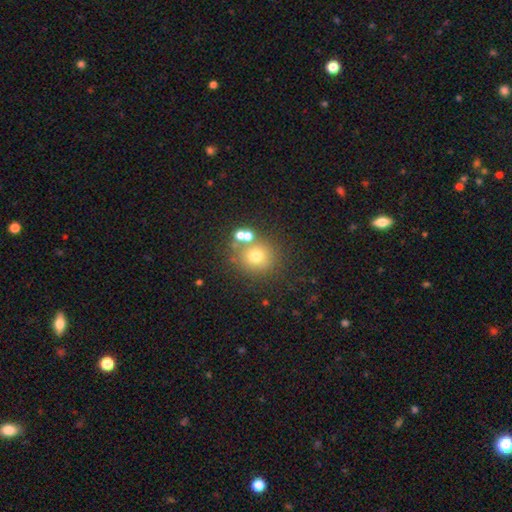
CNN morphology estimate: A smooth galaxy with no disk features (69%) that is round (88%).

Vote fractions:
- Smooth or featured? smooth: 69% / star or artifact: 17% / featured or disk: 14%
- How rounded? round: 88% / in between: 11% / cigar-shaped: 1%
- Merging? none: 66% / merger: 19% / minor disturbance: 10% / major disturbance: 5%